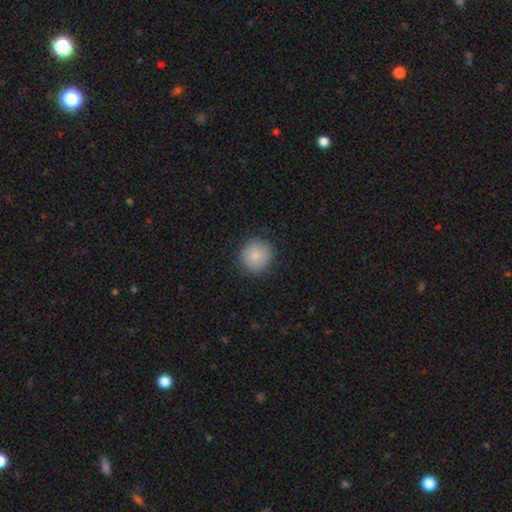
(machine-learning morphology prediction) A smooth galaxy with no disk features (84%) that is round (93%).

Vote fractions:
- Smooth or featured? smooth: 84% / featured or disk: 9% / star or artifact: 7%
- How rounded? round: 93% / in between: 6% / cigar-shaped: 1%
- Merging? none: 86% / minor disturbance: 10% / major disturbance: 3% / merger: 1%